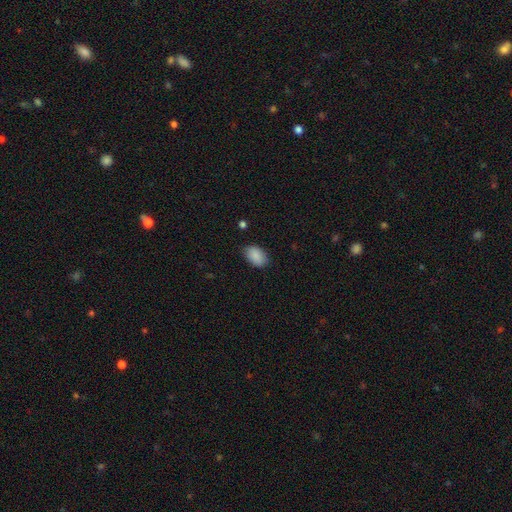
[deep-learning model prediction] The model was most divided on "merging": none: 82%, minor disturbance: 14%, major disturbance: 3%, merger: 1%. More confident: how rounded — in between (90%); smooth or featured — smooth (89%).